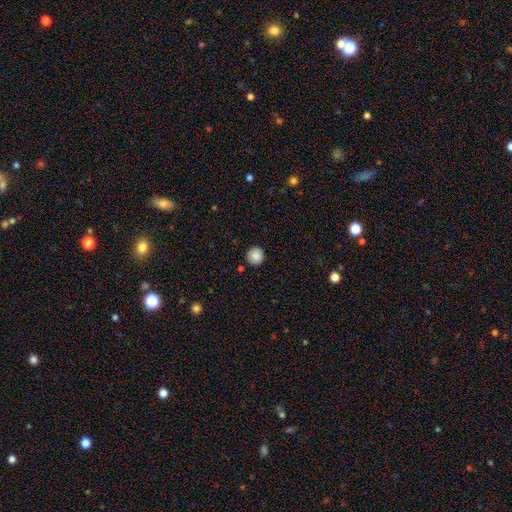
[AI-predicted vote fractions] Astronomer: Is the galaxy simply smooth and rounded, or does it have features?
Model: smooth — 87%.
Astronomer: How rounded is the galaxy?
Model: round — 95%.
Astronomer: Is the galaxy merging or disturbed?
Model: none — 90%.